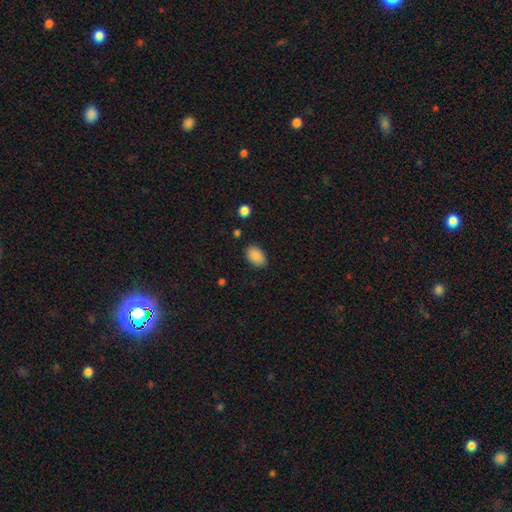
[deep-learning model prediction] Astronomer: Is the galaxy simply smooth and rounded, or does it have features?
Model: smooth — 89%.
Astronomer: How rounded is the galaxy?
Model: in between — 89%.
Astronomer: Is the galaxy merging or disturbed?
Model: none — 85%.